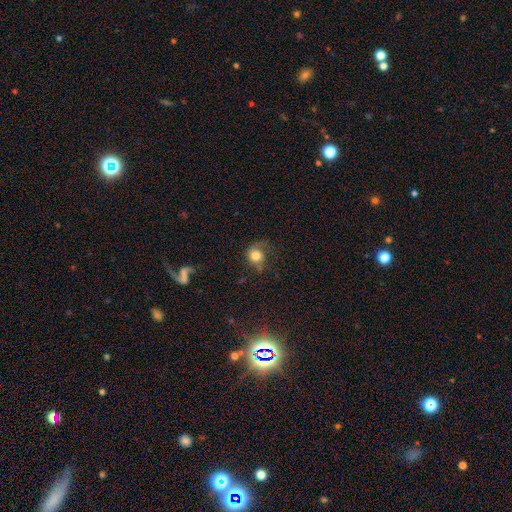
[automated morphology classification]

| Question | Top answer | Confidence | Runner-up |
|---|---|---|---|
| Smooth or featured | smooth | 68% | featured or disk (21%) |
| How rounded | round | 76% | in between (23%) |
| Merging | none | 44% | major disturbance (27%) |